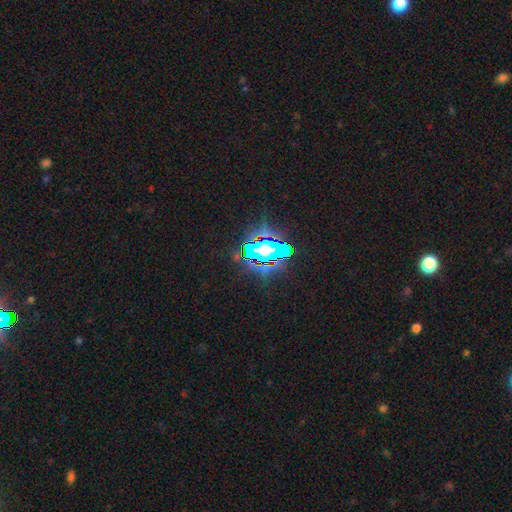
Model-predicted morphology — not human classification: A star or artifact, not a galaxy (80%).